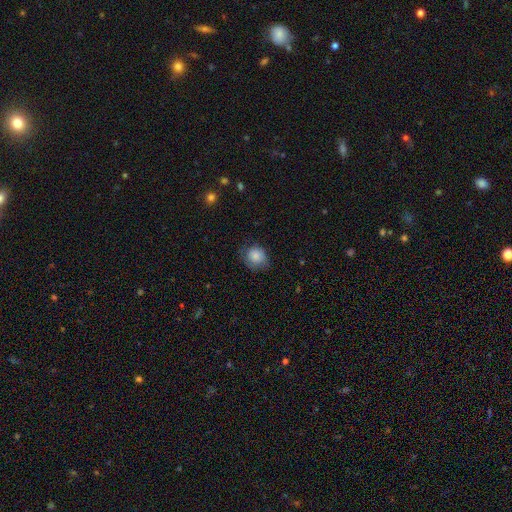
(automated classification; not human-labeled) A smooth galaxy with no disk features (83%) that is round (79%).

Vote fractions:
- Smooth or featured? smooth: 83% / featured or disk: 9% / star or artifact: 8%
- How rounded? round: 79% / in between: 20% / cigar-shaped: 1%
- Merging? none: 66% / minor disturbance: 25% / major disturbance: 8% / merger: 1%